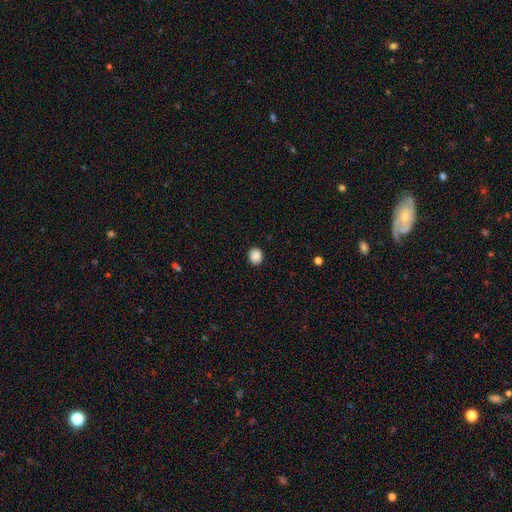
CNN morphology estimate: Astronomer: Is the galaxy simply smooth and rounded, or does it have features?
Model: smooth — 88%.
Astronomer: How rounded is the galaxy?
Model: round — 76%.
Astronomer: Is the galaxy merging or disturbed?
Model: none — 91%.